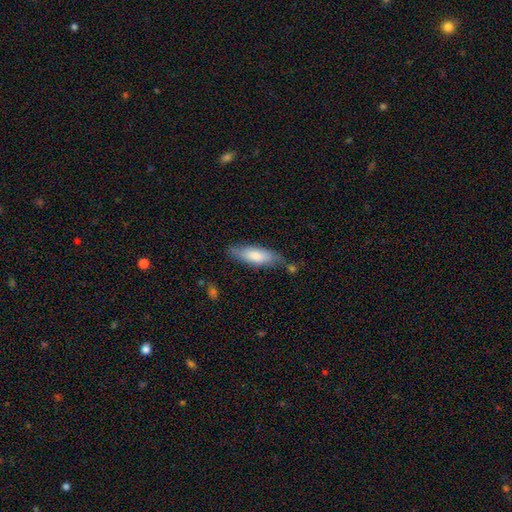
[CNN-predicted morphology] This appears to be a smooth galaxy with no disk features (76%) that is in between round and cigar-shaped (57%). Merging: none (66%).